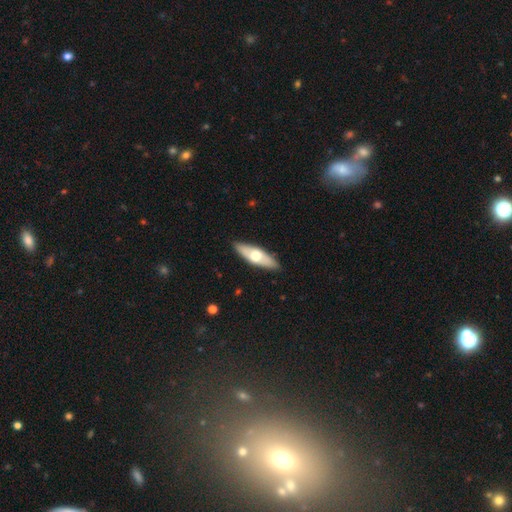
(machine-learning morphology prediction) smooth 49%, featured or disk 46%, star or artifact 5%. Down the decision tree: merging — none (86%).